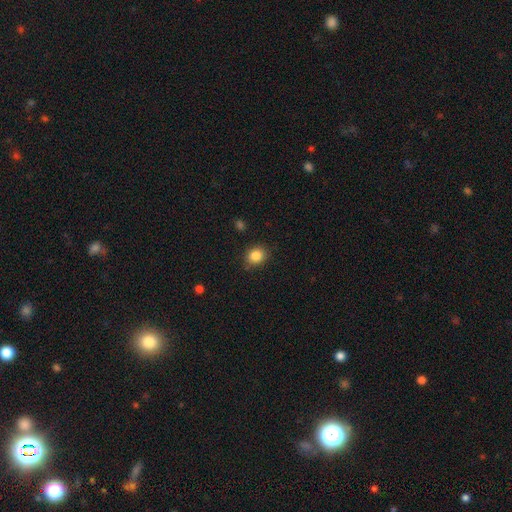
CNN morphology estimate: This is clearly a smooth galaxy (85%). How rounded: likely round (68%). Merging: clearly none (84%).